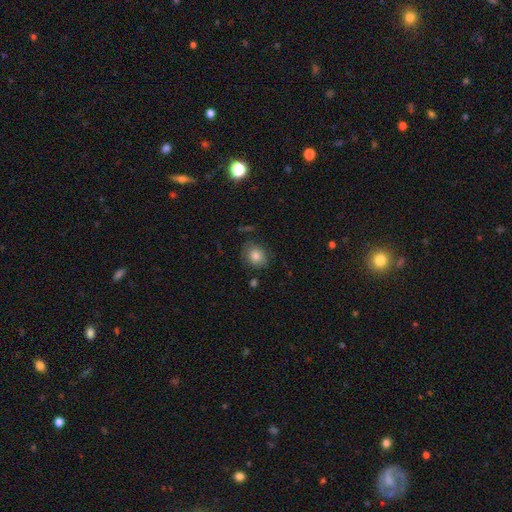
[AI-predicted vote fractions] Overall: smooth (81%). How rounded: round (65%; in between 34%). Merging: none (77%).